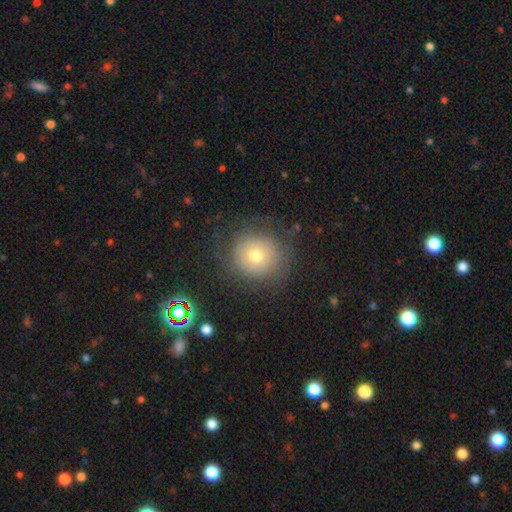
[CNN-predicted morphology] This appears to be a smooth galaxy with no disk features (66%) that is round (91%). Merging: none (77%).